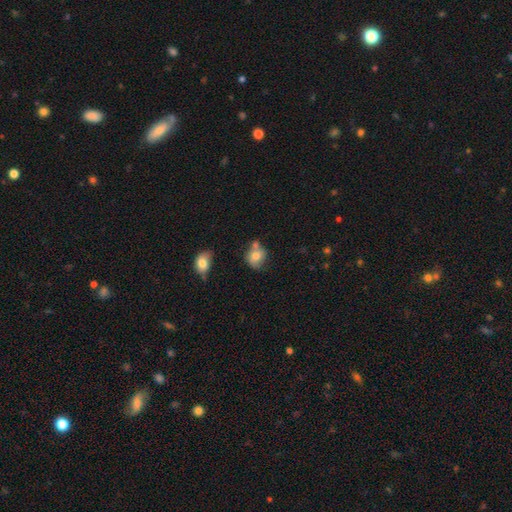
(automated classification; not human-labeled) Smooth or featured? smooth (74%)
How rounded? round (70%)
Merging? none (52%)